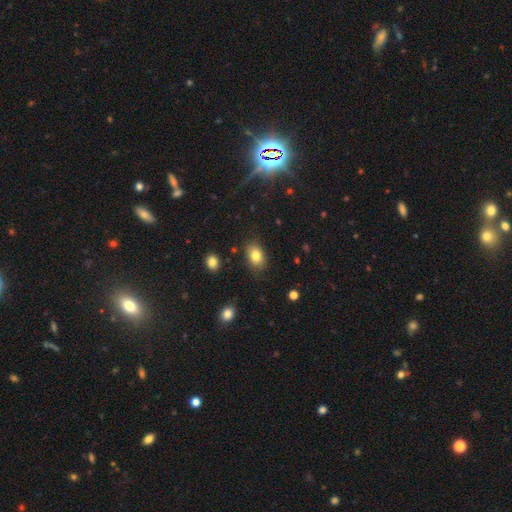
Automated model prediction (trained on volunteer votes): smooth_or_featured: smooth (p=0.81) [alt: star or artifact p=0.10]
how_rounded: in between (p=0.80) [alt: round p=0.19]
merging: none (p=0.83) [alt: minor disturbance p=0.12]